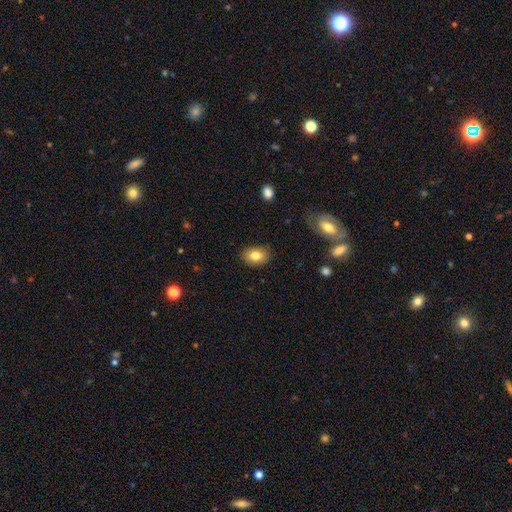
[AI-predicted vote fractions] A smooth galaxy with no disk features (81%) that is in between round and cigar-shaped (81%). Merging: none (85%).